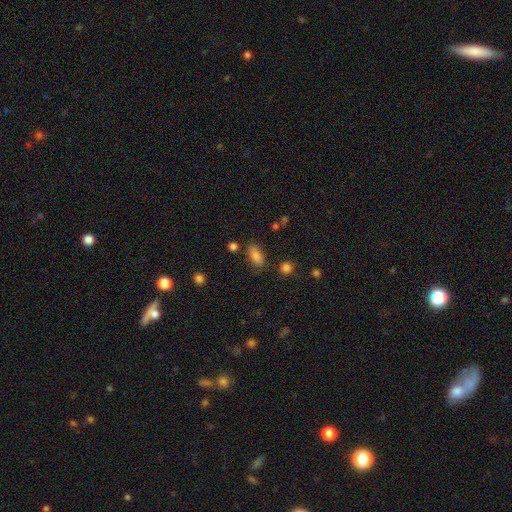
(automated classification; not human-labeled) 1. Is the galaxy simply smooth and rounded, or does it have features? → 83% smooth, 10% star or artifact, 8% featured or disk.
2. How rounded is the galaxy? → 84% in between, 12% cigar-shaped, 4% round.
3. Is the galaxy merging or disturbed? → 76% none, 16% minor disturbance, 4% major disturbance, 4% merger.